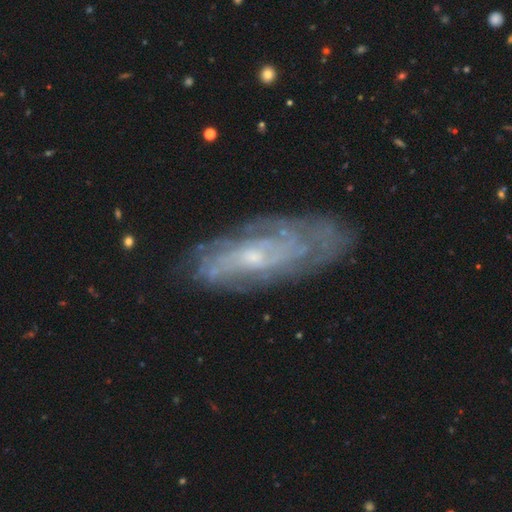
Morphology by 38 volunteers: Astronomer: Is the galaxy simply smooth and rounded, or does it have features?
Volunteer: featured or disk — 71%.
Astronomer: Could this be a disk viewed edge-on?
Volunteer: no — 89%.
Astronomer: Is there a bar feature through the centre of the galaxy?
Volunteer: no — 71%.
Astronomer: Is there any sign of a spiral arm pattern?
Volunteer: yes — 79%.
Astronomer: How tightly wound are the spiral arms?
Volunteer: tight — 79%.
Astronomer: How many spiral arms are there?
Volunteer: can't tell — 79%.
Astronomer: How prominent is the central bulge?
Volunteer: small — 67%.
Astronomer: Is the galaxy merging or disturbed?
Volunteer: none — 63%.